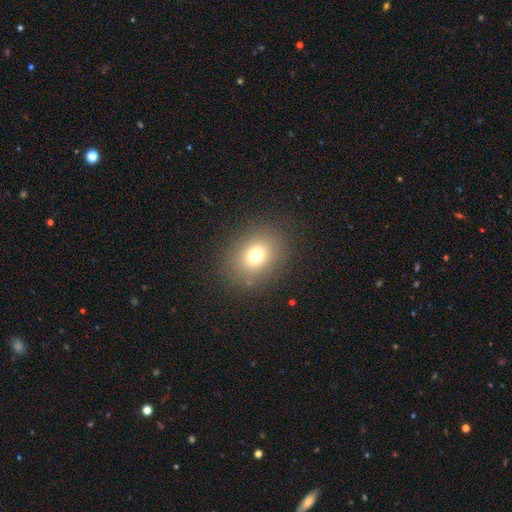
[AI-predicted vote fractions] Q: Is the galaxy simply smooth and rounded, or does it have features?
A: smooth — 73%.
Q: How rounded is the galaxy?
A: round — 59%.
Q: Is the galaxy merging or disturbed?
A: none — 85%.